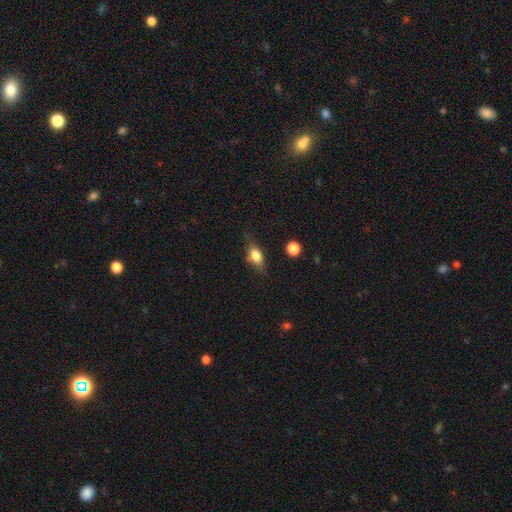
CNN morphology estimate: Smooth or featured: smooth — 76% (featured or disk — 15%)
How rounded: in between — 77% (round — 12%)
Merging: none — 70% (minor disturbance — 22%)